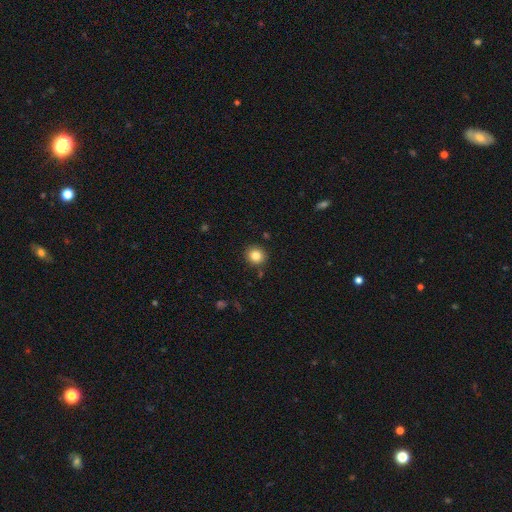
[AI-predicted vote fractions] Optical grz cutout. It shows a smooth galaxy with no disk features (84%) that is round (90%). Merging: none (89%).